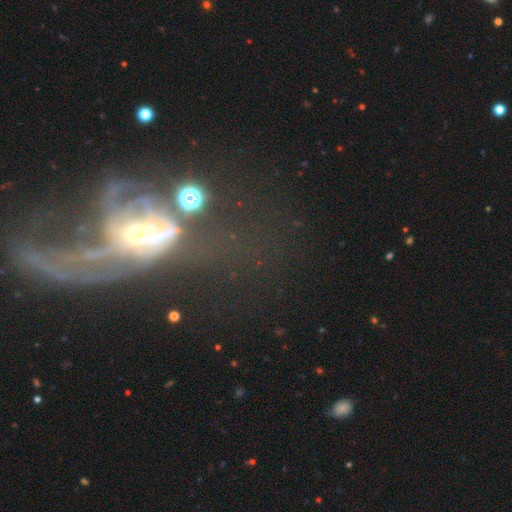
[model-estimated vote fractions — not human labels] A featured or disk galaxy (63%) with no bar (65%), spiral arms (51%) and a moderate central bulge (49%).

Vote fractions:
- Smooth or featured? featured or disk: 63% / star or artifact: 21% / smooth: 16%
- Edge-on disk? no: 92% / yes: 8%
- Bar? no: 65% / weak: 22% / strong: 13%
- Spiral arms? yes: 51% / no: 49%
- Bulge size? moderate: 49% / small: 36% / large: 7% / none: 5% / dominant: 3%
- Merging? major disturbance: 46% / merger: 25% / none: 18% / minor disturbance: 11%